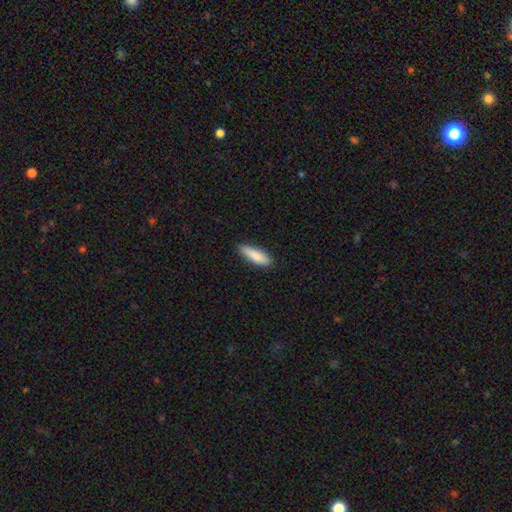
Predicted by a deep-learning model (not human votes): Overall: smooth (87%). How rounded: cigar-shaped (57%; in between 41%). Merging: none (86%).